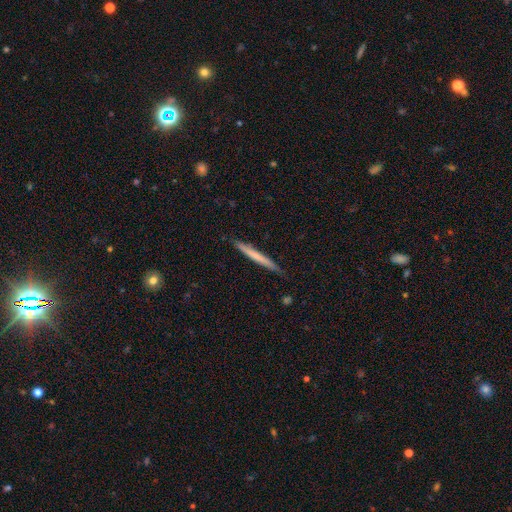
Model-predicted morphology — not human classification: Smooth or featured: smooth — 59% (featured or disk — 36%)
How rounded: cigar-shaped — 97% (in between — 2%)
Merging: none — 88% (minor disturbance — 10%)